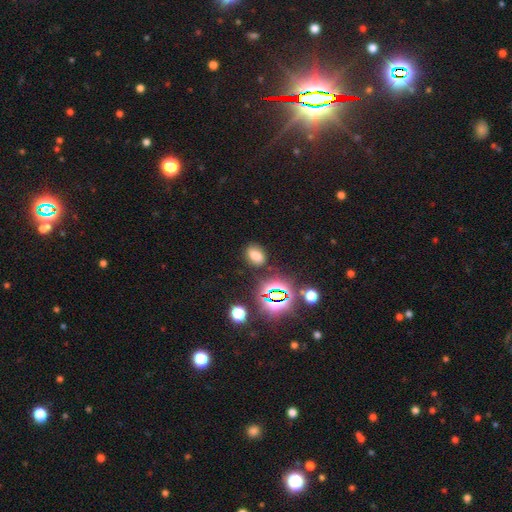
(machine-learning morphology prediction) A smooth galaxy with no disk features (62%) that is in between round and cigar-shaped (73%).

Vote fractions:
- Smooth or featured? smooth: 62% / star or artifact: 26% / featured or disk: 12%
- How rounded? in between: 73% / round: 26% / cigar-shaped: 2%
- Merging? none: 80% / minor disturbance: 13% / major disturbance: 4% / merger: 3%